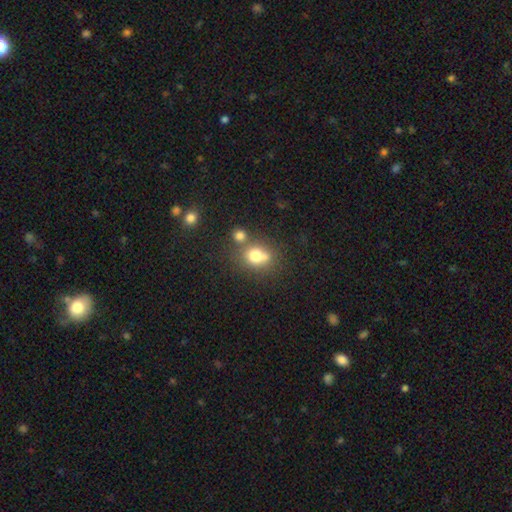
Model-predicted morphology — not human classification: Overall: smooth (73%). How rounded: round (68%; in between 31%). Merging: none (45%; merger 38%).